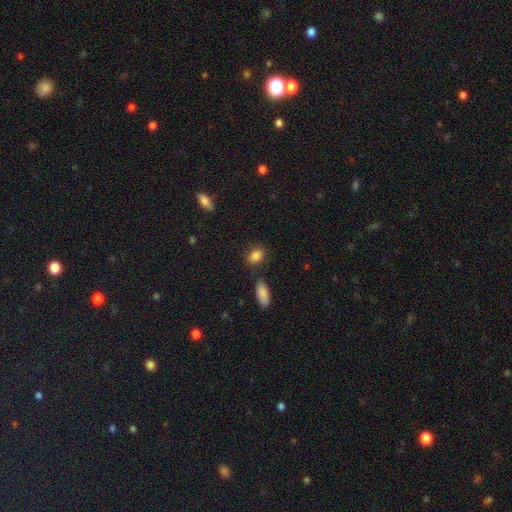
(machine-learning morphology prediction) Smooth or featured? Predicted: smooth (p=0.86). How rounded? Predicted: in between (p=0.77). Merging? Predicted: none (p=0.77).